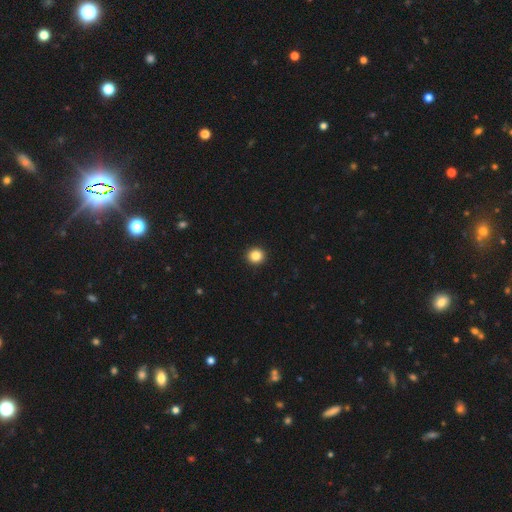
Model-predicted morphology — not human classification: This appears to be a smooth galaxy with no disk features (85%) that is round (92%). Merging: none (94%).